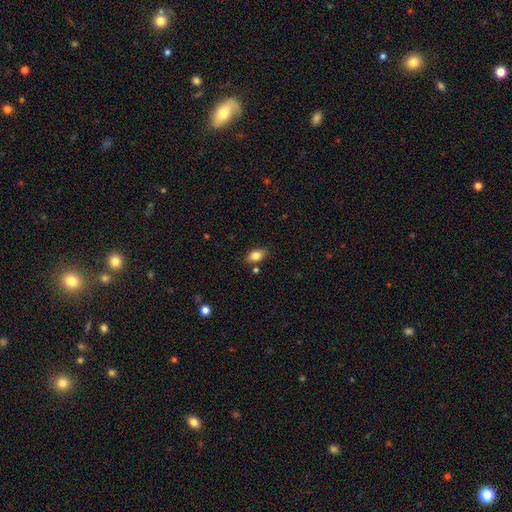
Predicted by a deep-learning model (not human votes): This appears to be a smooth galaxy with no disk features (82%) that is in between round and cigar-shaped (88%). Merging: none (80%).